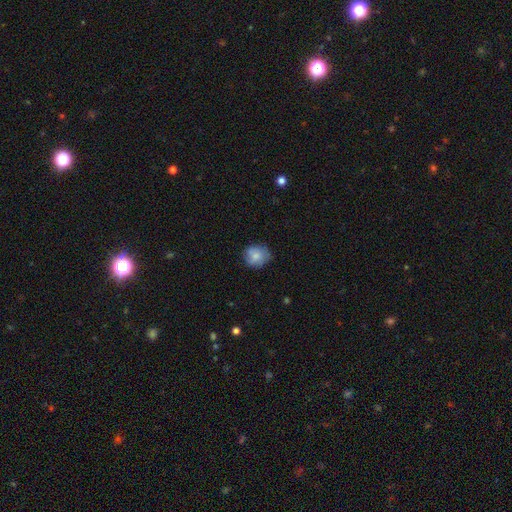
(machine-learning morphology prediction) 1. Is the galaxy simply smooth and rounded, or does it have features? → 79% smooth, 13% featured or disk, 8% star or artifact.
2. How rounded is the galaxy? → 79% round, 20% in between, 1% cigar-shaped.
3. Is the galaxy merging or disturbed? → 72% none, 22% minor disturbance, 4% major disturbance, 1% merger.